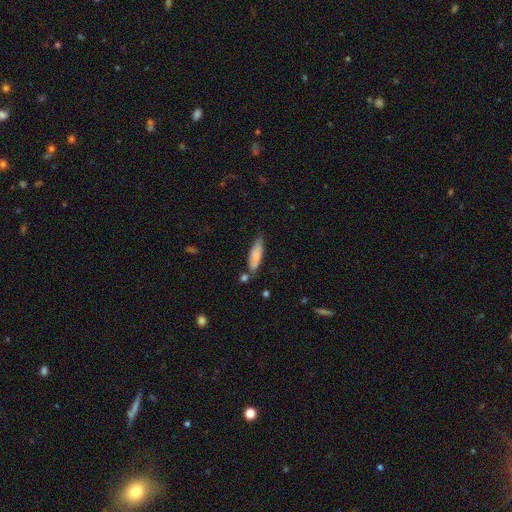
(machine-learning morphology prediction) type=smooth (79%); roundness=cigar-shaped (59%); merging=none (69%).